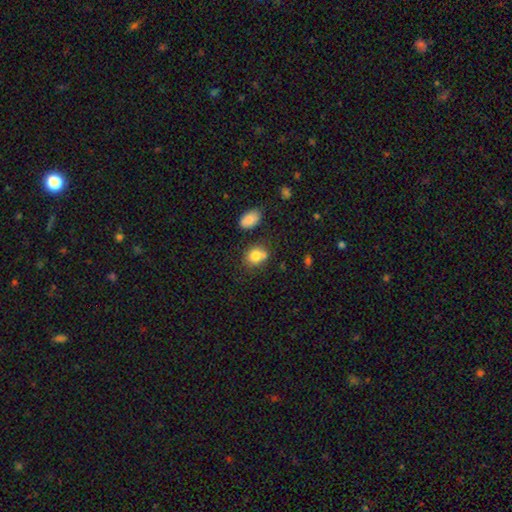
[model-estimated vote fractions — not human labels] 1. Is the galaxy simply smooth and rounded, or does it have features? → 80% smooth, 10% star or artifact, 10% featured or disk.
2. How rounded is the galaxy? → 58% round, 41% in between, 1% cigar-shaped.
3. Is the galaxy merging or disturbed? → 58% none, 19% minor disturbance, 18% merger, 6% major disturbance.